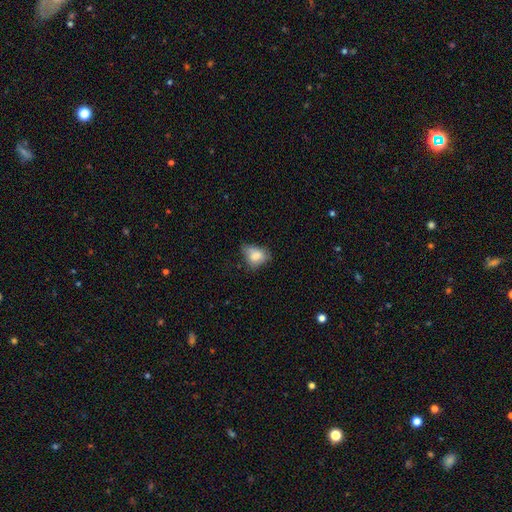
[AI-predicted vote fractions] smooth 73%, featured or disk 16%, star or artifact 10%. Down the decision tree: how rounded — in between (66%); merging — minor disturbance (39%).